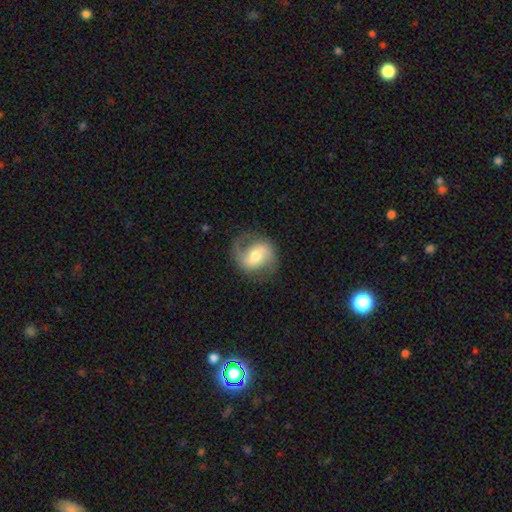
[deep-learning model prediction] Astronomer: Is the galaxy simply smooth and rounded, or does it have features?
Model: featured or disk — 76%.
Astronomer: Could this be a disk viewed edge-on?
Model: no — 97%.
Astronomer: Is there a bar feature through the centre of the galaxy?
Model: weak — 46% (runner-up: no, 29%).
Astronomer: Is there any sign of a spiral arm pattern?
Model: yes — 92%.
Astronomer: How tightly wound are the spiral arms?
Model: medium — 46% (runner-up: loose, 37%).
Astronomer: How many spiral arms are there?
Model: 2 — 83%.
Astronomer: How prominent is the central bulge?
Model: moderate — 66%.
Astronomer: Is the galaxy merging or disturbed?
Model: none — 74%.